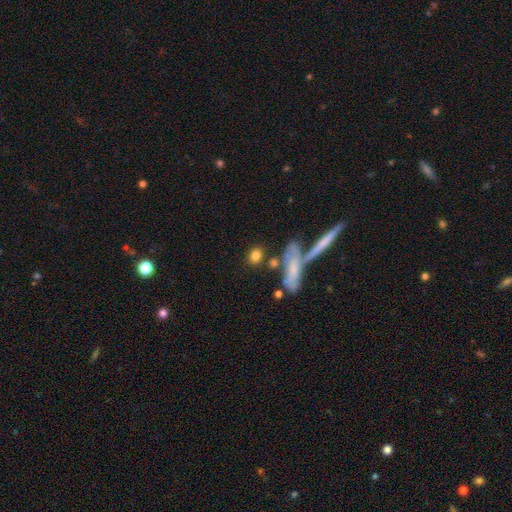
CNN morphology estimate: This appears to be a smooth galaxy with no disk features (78%) that is round (53%). Merging: none (68%).